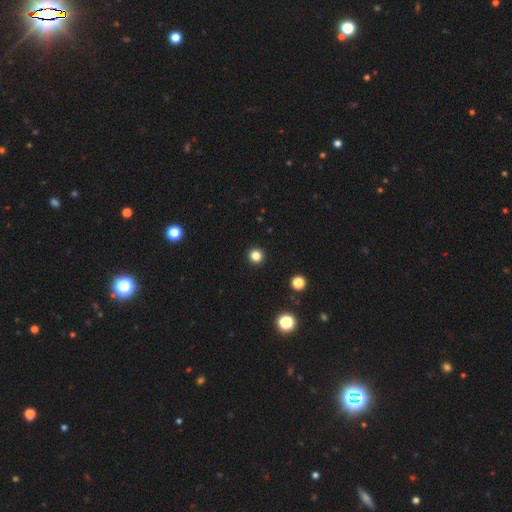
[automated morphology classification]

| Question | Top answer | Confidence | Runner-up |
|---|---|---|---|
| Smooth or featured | smooth | 83% | star or artifact (13%) |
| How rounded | round | 95% | in between (4%) |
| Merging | none | 94% | minor disturbance (4%) |